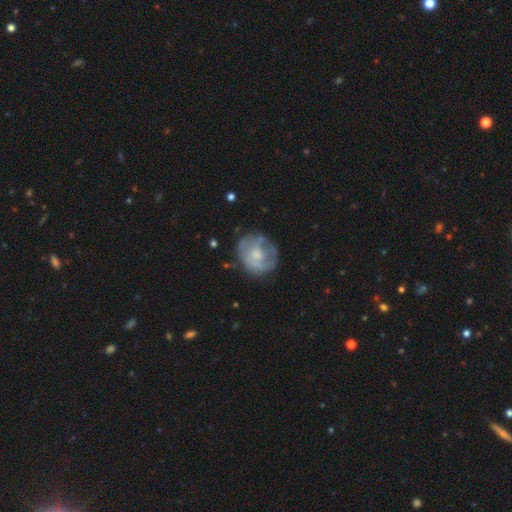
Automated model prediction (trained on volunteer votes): A featured or disk galaxy (52%) with no bar (73%), spiral arms (51%) and a moderate central bulge (47%).

Vote fractions:
- Smooth or featured? featured or disk: 52% / smooth: 41% / star or artifact: 7%
- Edge-on disk? no: 97% / yes: 3%
- Bar? no: 73% / weak: 23% / strong: 4%
- Spiral arms? yes: 51% / no: 49%
- Bulge size? moderate: 47% / small: 34% / none: 11% / large: 6% / dominant: 1%
- Merging? none: 64% / minor disturbance: 22% / major disturbance: 11% / merger: 2%